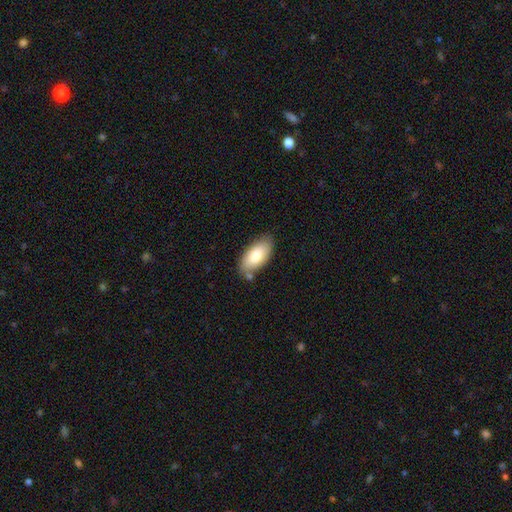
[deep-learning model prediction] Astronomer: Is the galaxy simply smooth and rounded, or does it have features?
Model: smooth — 79%.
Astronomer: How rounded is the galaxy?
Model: in between — 93%.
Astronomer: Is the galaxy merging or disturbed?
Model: none — 74%.